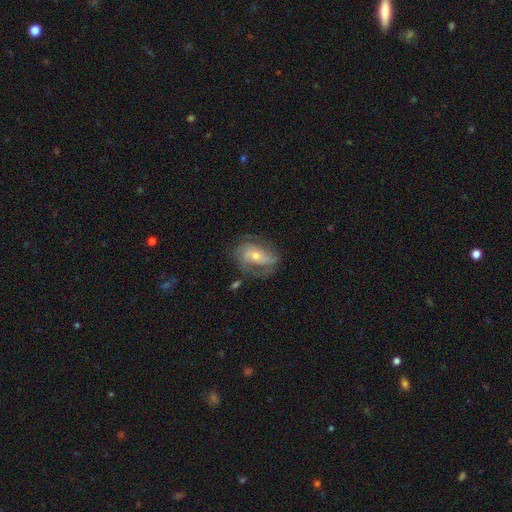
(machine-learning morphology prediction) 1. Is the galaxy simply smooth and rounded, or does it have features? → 67% featured or disk, 25% smooth, 7% star or artifact.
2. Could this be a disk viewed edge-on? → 95% no, 5% yes.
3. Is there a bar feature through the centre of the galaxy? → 59% no, 28% weak, 13% strong.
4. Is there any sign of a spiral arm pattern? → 80% yes, 20% no.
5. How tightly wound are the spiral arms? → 41% medium, 36% tight, 23% loose.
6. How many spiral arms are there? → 49% 2, 27% can't tell, 11% 3, 8% 1, 3% 4, 2% more than 4.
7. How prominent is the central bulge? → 49% moderate, 46% small, 3% large, 1% none, 1% dominant.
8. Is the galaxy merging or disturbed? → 57% none, 23% minor disturbance, 16% major disturbance, 3% merger.